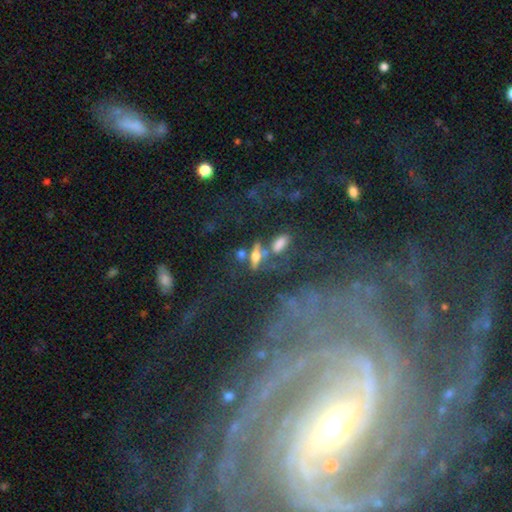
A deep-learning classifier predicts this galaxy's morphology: smooth-or-featured: featured or disk: 41% | smooth: 39% | star or artifact: 20%
  merging: none: 54% | merger: 21% | minor disturbance: 15% | major disturbance: 10%